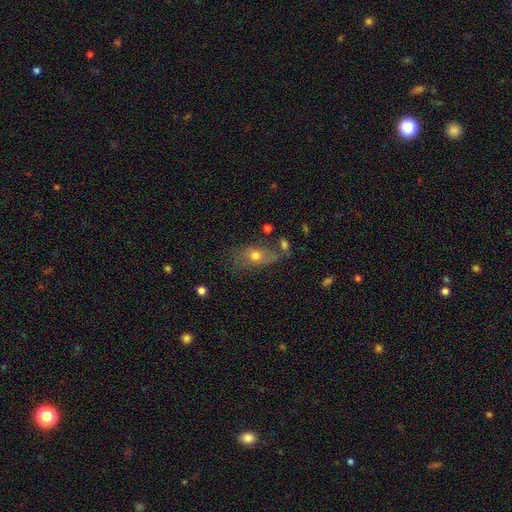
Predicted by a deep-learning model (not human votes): smooth-or-featured: smooth: 66% | featured or disk: 23% | star or artifact: 11%
  how-rounded: in between: 76% | round: 17% | cigar-shaped: 7%
  merging: none: 54% | minor disturbance: 24% | major disturbance: 13% | merger: 10%